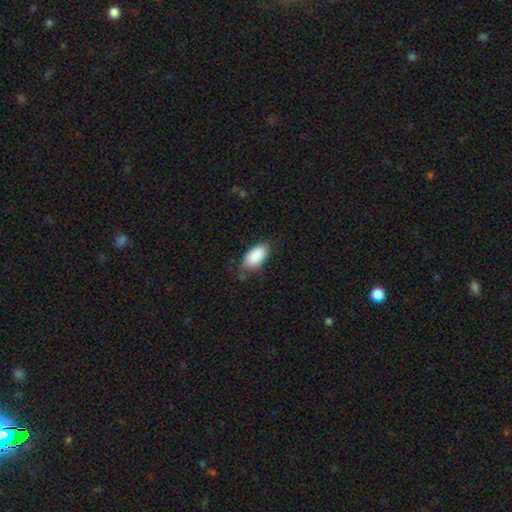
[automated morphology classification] A smooth galaxy with no disk features (88%) that is in between round and cigar-shaped (94%). Merging: none (63%).